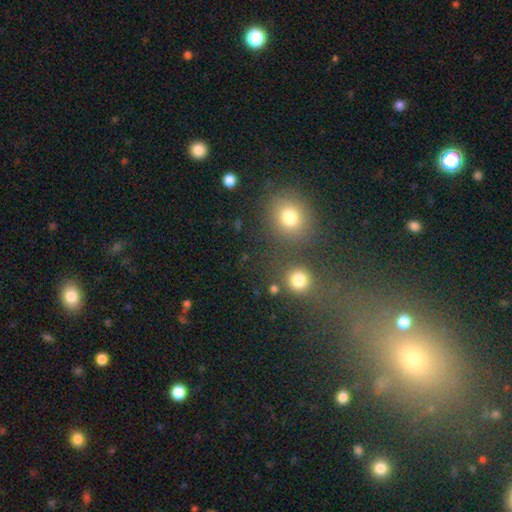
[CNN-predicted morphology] A smooth galaxy with no disk features (60%) that is round (81%). Merging: none (76%).